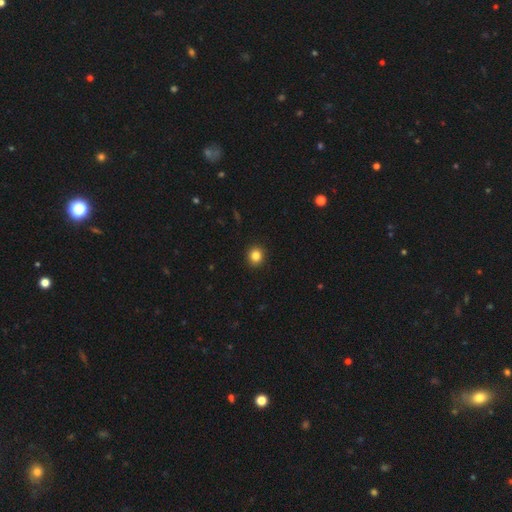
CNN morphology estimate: The model was most divided on "smooth or featured": smooth: 84%, star or artifact: 11%, featured or disk: 5%. More confident: merging — none (93%); how rounded — round (87%).